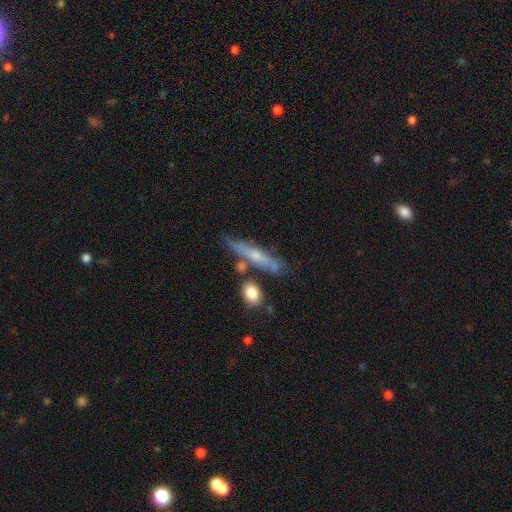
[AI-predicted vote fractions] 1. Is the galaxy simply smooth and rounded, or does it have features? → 55% featured or disk, 37% smooth, 8% star or artifact.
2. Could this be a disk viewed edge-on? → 82% yes, 18% no.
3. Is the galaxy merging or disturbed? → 66% none, 17% minor disturbance, 12% merger, 5% major disturbance.